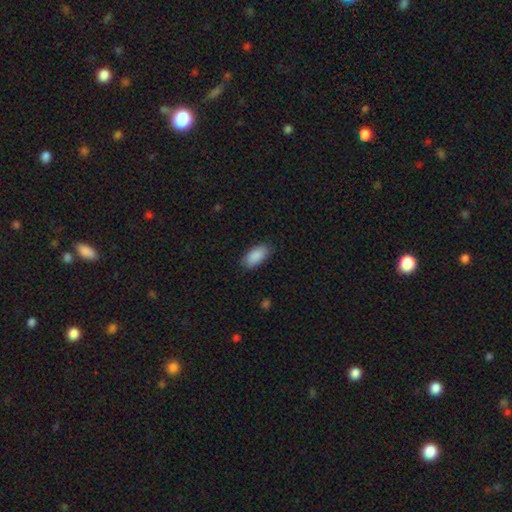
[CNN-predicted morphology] This is clearly a smooth galaxy (90%). How rounded: clearly in between (92%). Merging: clearly none (85%).